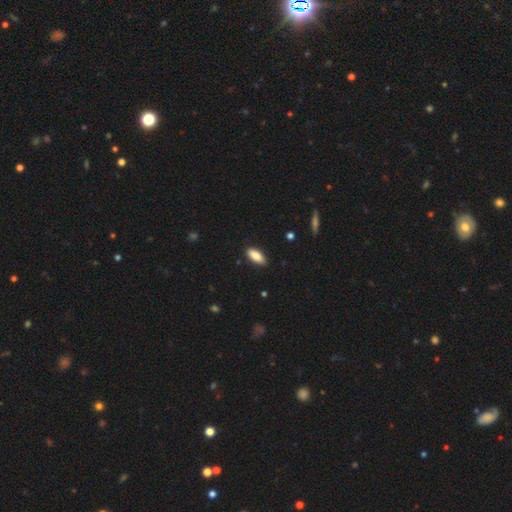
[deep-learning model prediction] Morphology: type=smooth (84%); roundness=in between (83%); merging=none (86%).